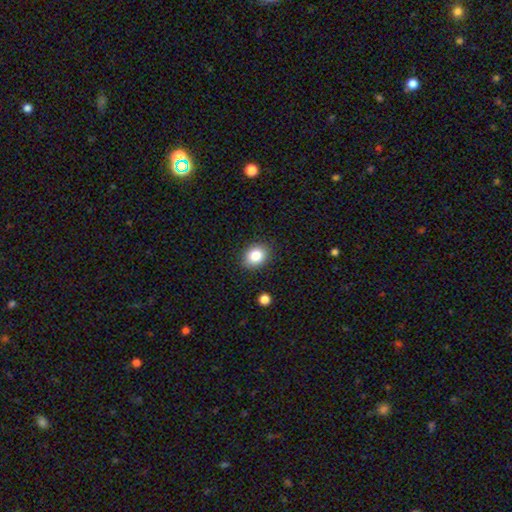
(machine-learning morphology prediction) Overall: smooth (84%). How rounded: round (51%; in between 48%). Merging: none (87%).